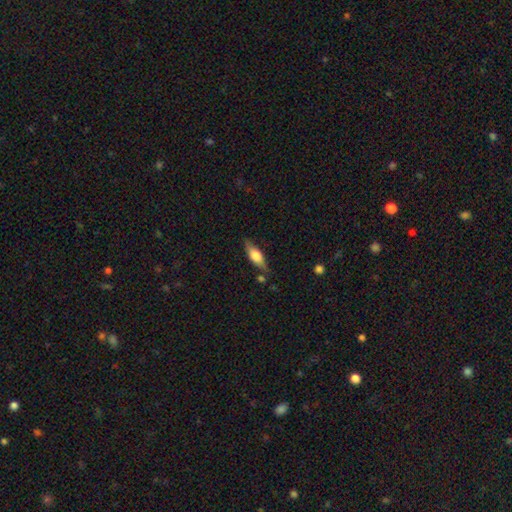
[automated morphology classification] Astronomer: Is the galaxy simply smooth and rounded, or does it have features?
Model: smooth — 50% (runner-up: featured or disk, 44%).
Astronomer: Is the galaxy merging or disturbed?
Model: none — 75%.